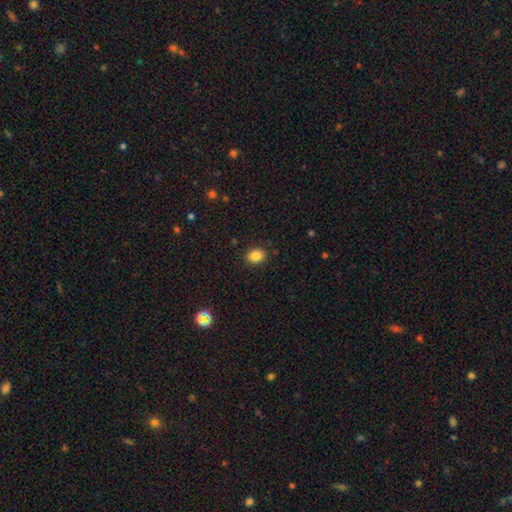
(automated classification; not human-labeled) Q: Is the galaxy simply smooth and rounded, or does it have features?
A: smooth — 85%.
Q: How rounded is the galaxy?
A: in between — 57%.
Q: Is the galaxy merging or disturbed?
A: none — 89%.